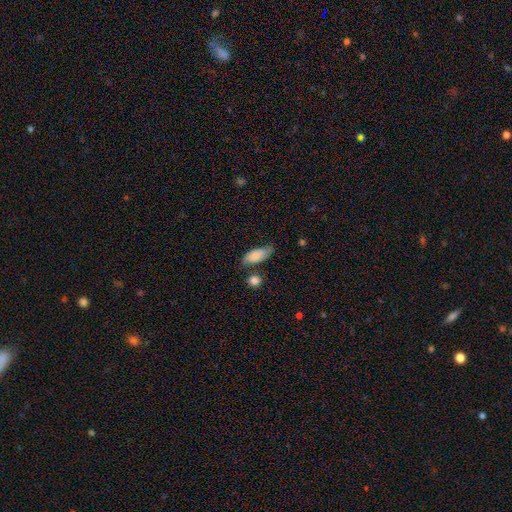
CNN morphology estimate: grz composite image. It shows a smooth galaxy with no disk features (82%) that is in between round and cigar-shaped (82%). Merging: none (65%).